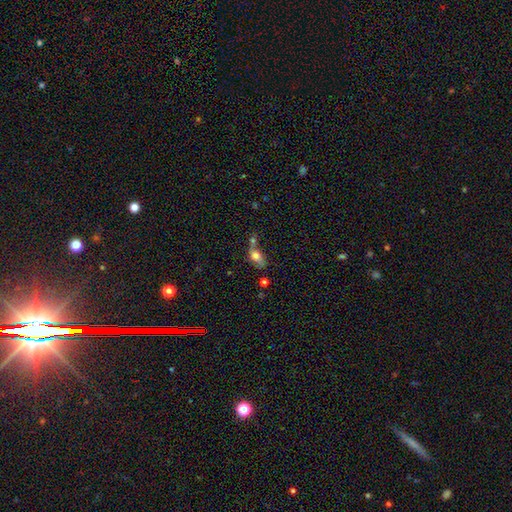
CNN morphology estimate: The model was most divided on "merging" (2-way tie): merger: 34%, none: 34%, minor disturbance: 19%, major disturbance: 13%. More confident: how rounded — in between (75%); smooth or featured — smooth (61%).